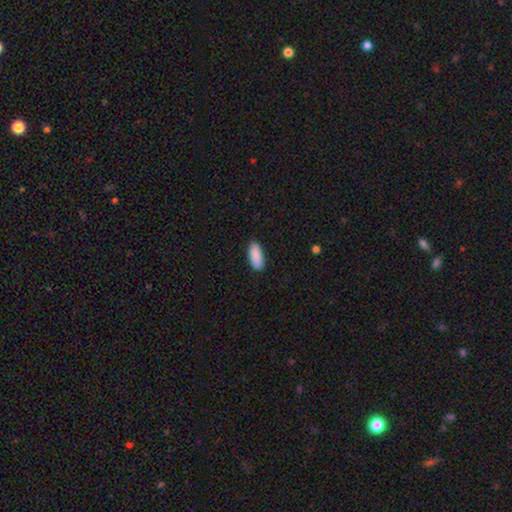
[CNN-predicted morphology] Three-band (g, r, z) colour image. It shows a smooth galaxy with no disk features (90%) that is in between round and cigar-shaped (83%). Merging: none (87%).